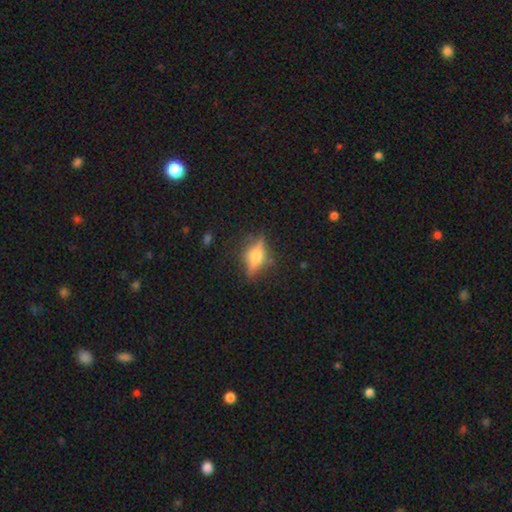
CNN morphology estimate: smooth-or-featured: featured or disk: 62% | smooth: 28% | star or artifact: 10%
  disk-edge-on: yes: 90% | no: 10%
    edge-on-bulge: rounded: 94% | boxy: 4% | none: 2%
  merging: none: 80% | minor disturbance: 13% | major disturbance: 5% | merger: 2%